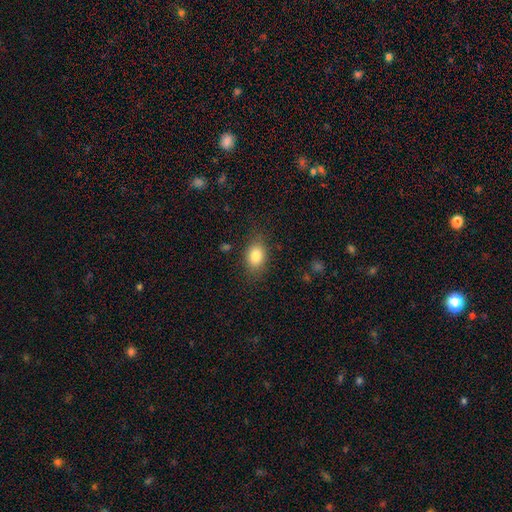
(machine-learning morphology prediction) smooth_or_featured: smooth (p=0.83) [alt: featured or disk p=0.09]
how_rounded: in between (p=0.77) [alt: round p=0.22]
merging: none (p=0.78) [alt: minor disturbance p=0.15]